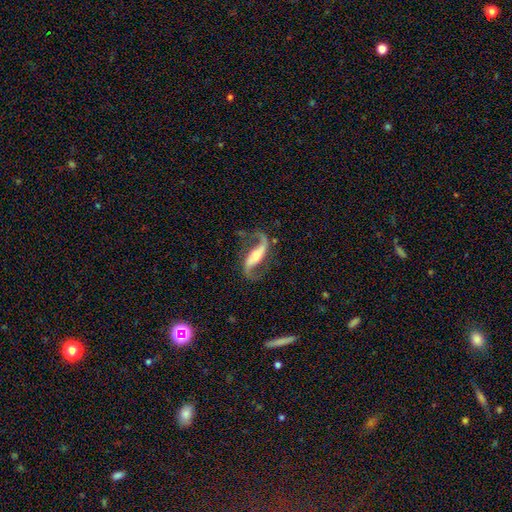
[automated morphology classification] A featured or disk galaxy (91%) with a strong bar (52%), 2 (93%) loose (74%) spiral arms (97%) and a moderate central bulge (53%).

Vote fractions:
- Smooth or featured? featured or disk: 91% / smooth: 5% / star or artifact: 4%
- Edge-on disk? no: 92% / yes: 8%
- Bar? strong: 52% / weak: 26% / no: 23%
- Spiral arms? yes: 97% / no: 3%
- Spiral winding? loose: 74% / medium: 21% / tight: 5%
- Spiral arm count? 2: 93% / 1: 3% / can't tell: 1% / 3: 1% / 4: 1% / more than 4: 1%
- Bulge size? moderate: 53% / small: 36% / large: 7% / none: 3% / dominant: 2%
- Merging? none: 76% / minor disturbance: 13% / major disturbance: 9% / merger: 2%